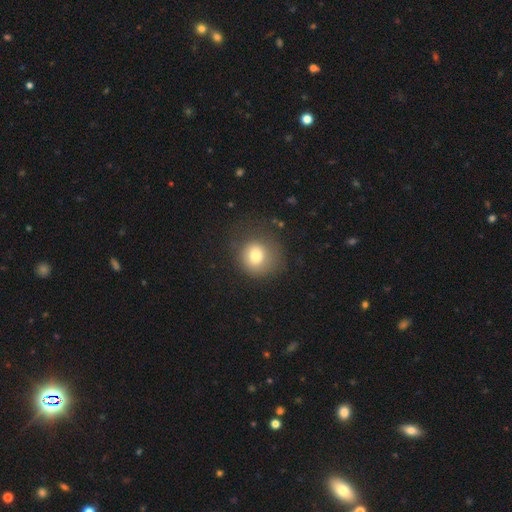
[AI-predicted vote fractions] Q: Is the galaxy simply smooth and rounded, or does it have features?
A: smooth — 77%.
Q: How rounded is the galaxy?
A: round — 89%.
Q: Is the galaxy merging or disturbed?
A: none — 69%.